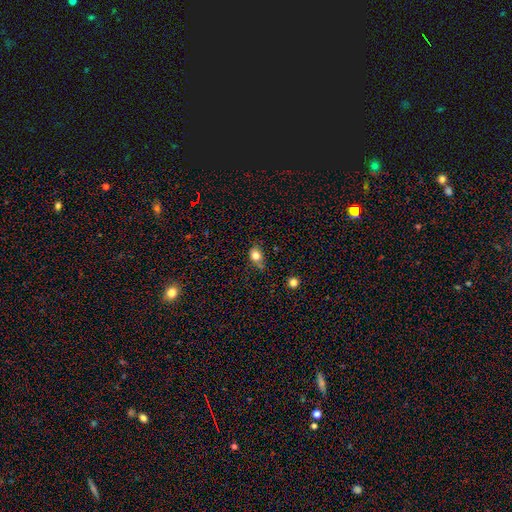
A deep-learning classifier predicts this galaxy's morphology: A smooth galaxy with no disk features (80%) that is round (53%).

Vote fractions:
- Smooth or featured? smooth: 80% / star or artifact: 12% / featured or disk: 8%
- How rounded? round: 53% / in between: 46% / cigar-shaped: 1%
- Merging? none: 59% / minor disturbance: 27% / merger: 7% / major disturbance: 6%